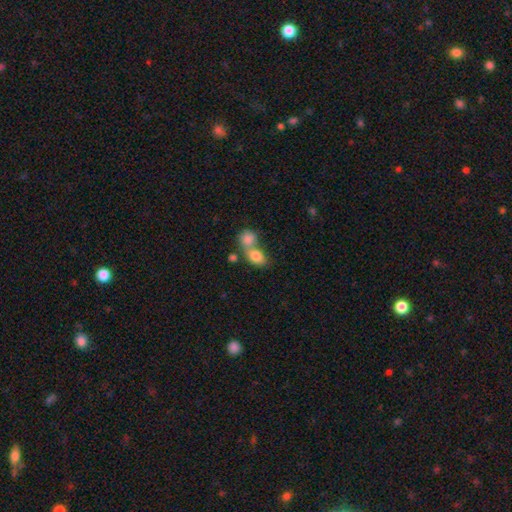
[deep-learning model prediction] This appears to be a smooth galaxy with no disk features (80%) that is in between round and cigar-shaped (70%). Merging: merger (64%).